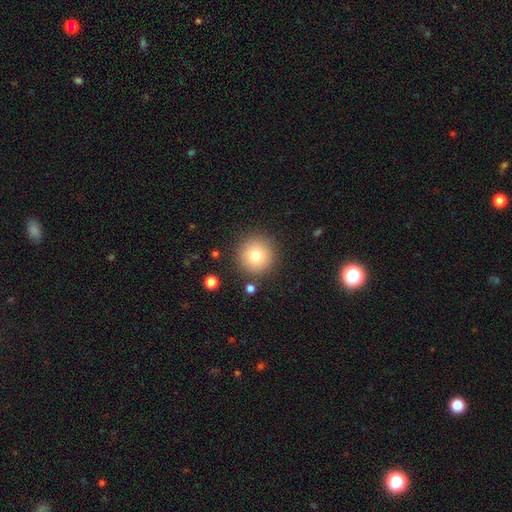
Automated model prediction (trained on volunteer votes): smooth 79%, star or artifact 11%, featured or disk 10%. Down the decision tree: how rounded — round (95%); merging — none (88%).